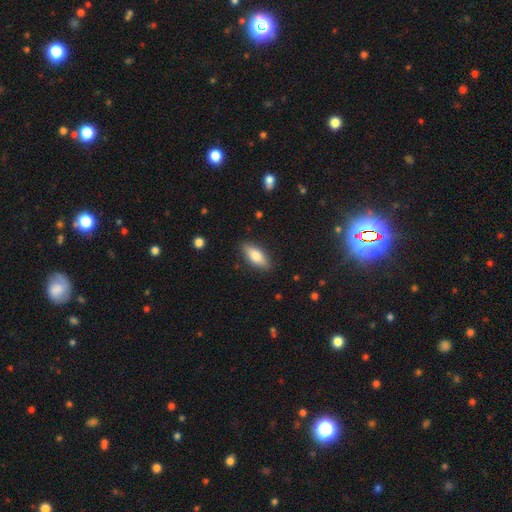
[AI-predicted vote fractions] Smooth or featured: smooth — 77% (featured or disk — 17%)
How rounded: in between — 76% (cigar-shaped — 22%)
Merging: none — 87% (minor disturbance — 10%)